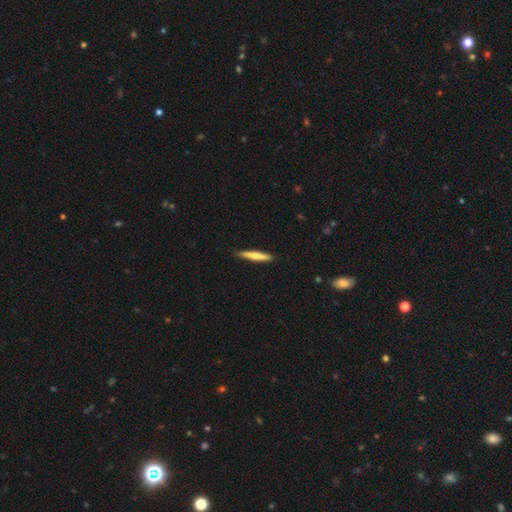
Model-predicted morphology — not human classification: Overall: smooth (67%; featured or disk 28%). How rounded: cigar-shaped (92%). Merging: none (87%).